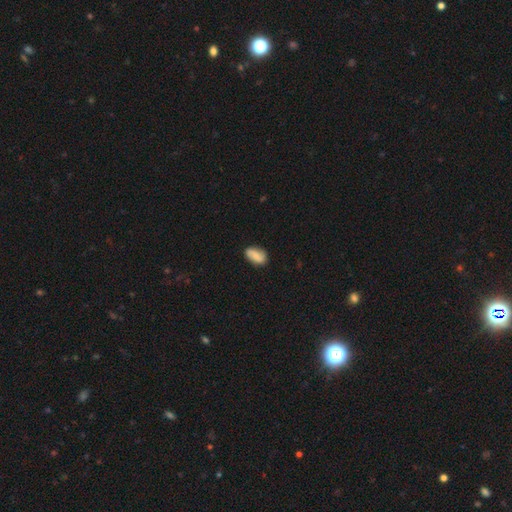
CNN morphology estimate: Smooth or featured: smooth — 74% (featured or disk — 18%)
How rounded: in between — 90% (round — 6%)
Merging: none — 78% (minor disturbance — 17%)